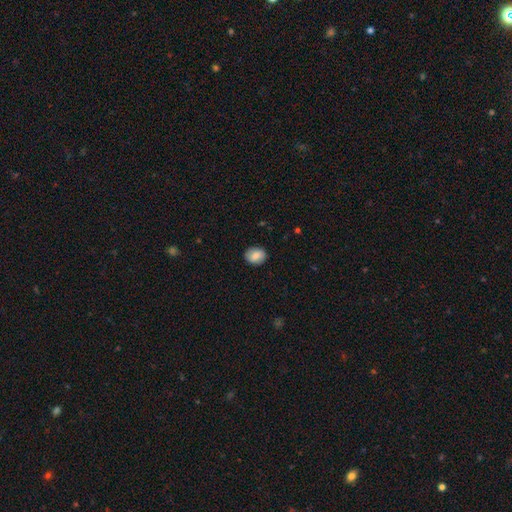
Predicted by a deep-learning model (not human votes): smooth 80%, featured or disk 13%, star or artifact 8%. Down the decision tree: how rounded — in between (51%); merging — none (87%).